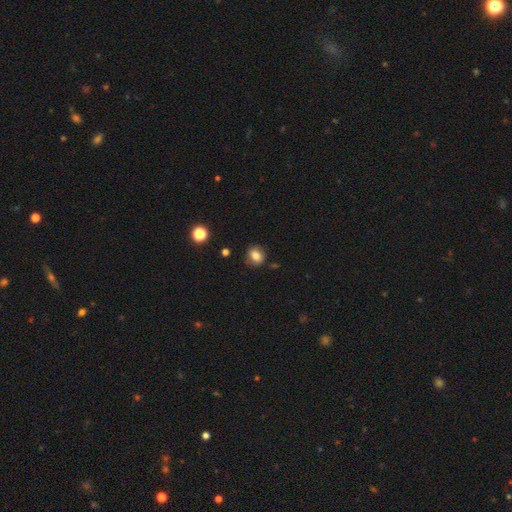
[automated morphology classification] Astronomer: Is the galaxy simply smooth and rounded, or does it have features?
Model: smooth — 79%.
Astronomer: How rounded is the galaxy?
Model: round — 67%.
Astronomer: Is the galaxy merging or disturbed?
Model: none — 82%.